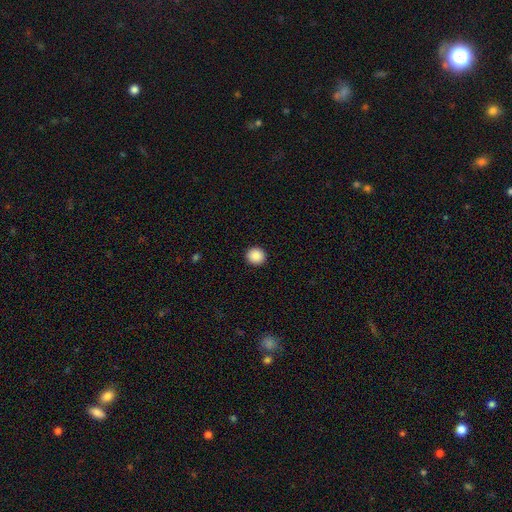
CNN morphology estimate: Smooth or featured: smooth — 89% (star or artifact — 9%)
How rounded: round — 92% (in between — 7%)
Merging: none — 93% (minor disturbance — 5%)